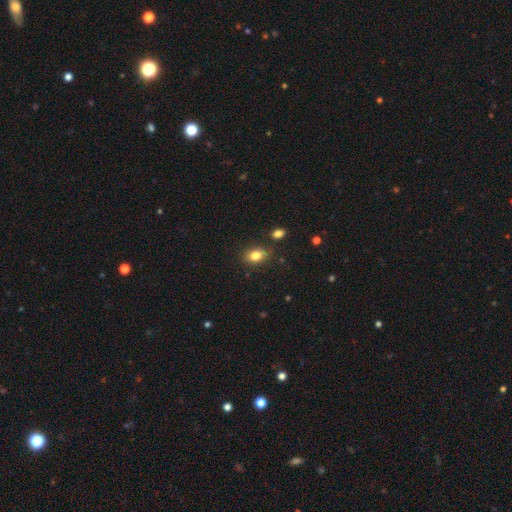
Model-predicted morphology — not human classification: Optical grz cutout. It shows a smooth galaxy with no disk features (83%) that is in between round and cigar-shaped (77%). Merging: none (79%).